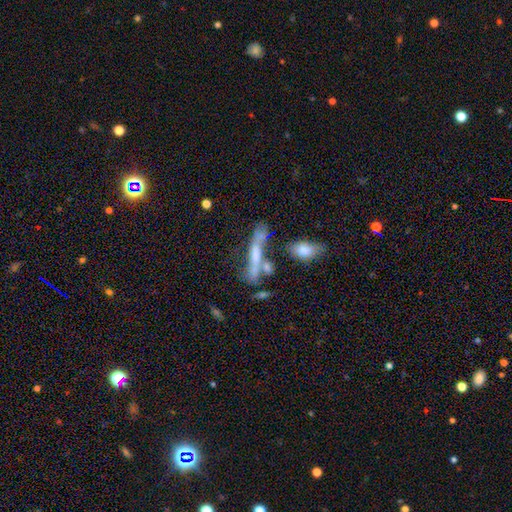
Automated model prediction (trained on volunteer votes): Overall: featured or disk (48%; smooth 37%). Merging: none (40%; merger 27%).